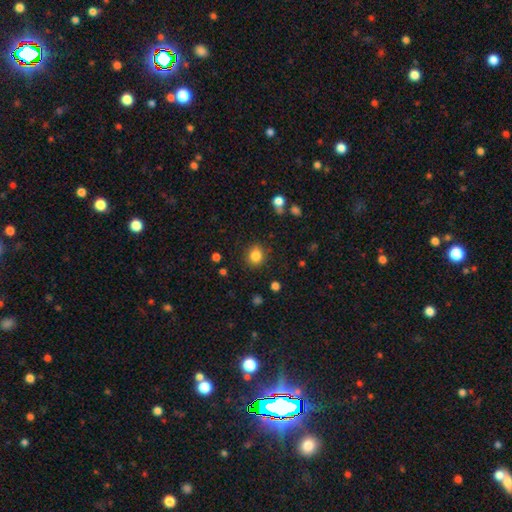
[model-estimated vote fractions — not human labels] A smooth galaxy with no disk features (84%) that is round (83%).

Vote fractions:
- Smooth or featured? smooth: 84% / star or artifact: 11% / featured or disk: 5%
- How rounded? round: 83% / in between: 16% / cigar-shaped: 1%
- Merging? none: 85% / minor disturbance: 10% / major disturbance: 3% / merger: 2%